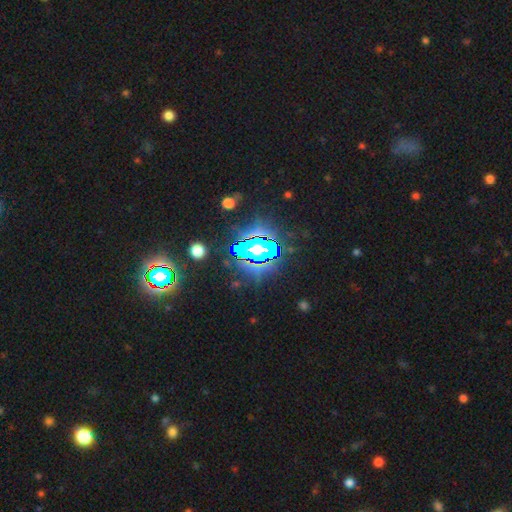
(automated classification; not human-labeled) A star or artifact, not a galaxy (85%).

Vote fractions:
- Smooth or featured? star or artifact: 85% / smooth: 9% / featured or disk: 6%